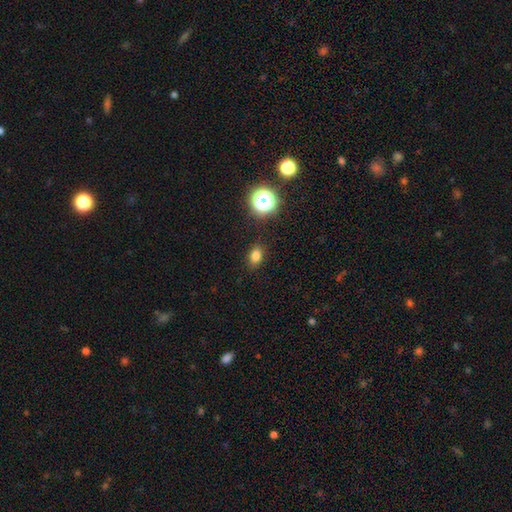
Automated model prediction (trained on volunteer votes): A smooth galaxy with no disk features (78%) that is in between round and cigar-shaped (69%).

Vote fractions:
- Smooth or featured? smooth: 78% / star or artifact: 16% / featured or disk: 6%
- How rounded? in between: 69% / round: 30% / cigar-shaped: 2%
- Merging? none: 86% / minor disturbance: 10% / major disturbance: 3% / merger: 2%